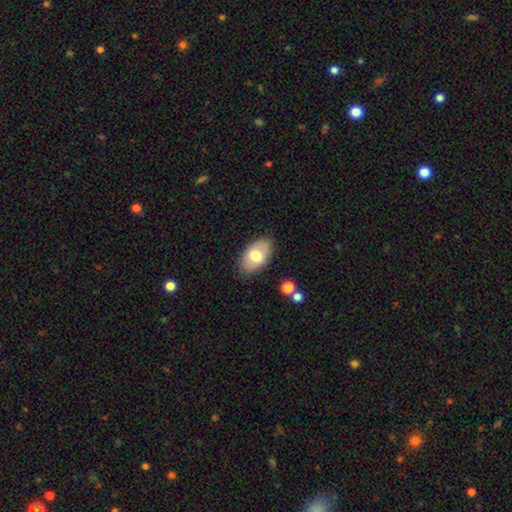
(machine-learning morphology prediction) type=smooth (69%); roundness=in between (92%); merging=none (83%).